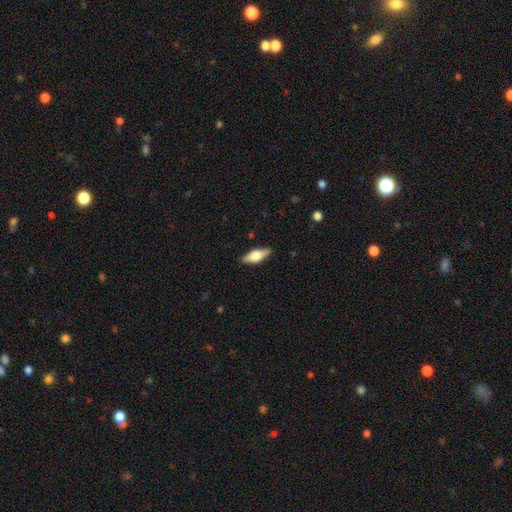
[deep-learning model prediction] Overall: smooth (55%; featured or disk 39%). How rounded: in between (66%; cigar-shaped 31%). Merging: none (86%).